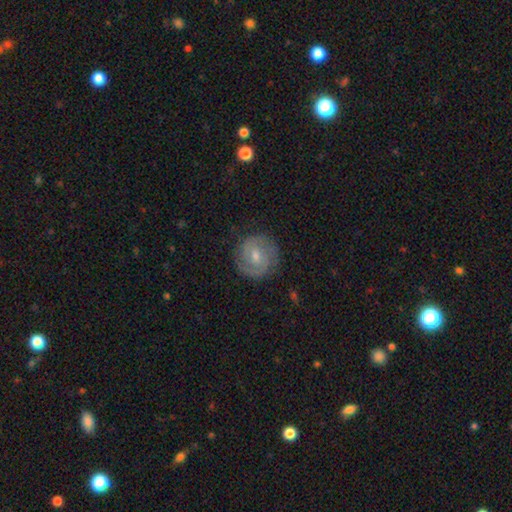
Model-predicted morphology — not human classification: Smooth or featured?
  - featured or disk: 72% *
  - smooth: 21%
  - star or artifact: 7%
Edge-on disk?
  - no: 97% *
  - yes: 3%
Bar?
  - weak: 50% *
  - no: 38%
  - strong: 12%
Spiral arms?
  - yes: 90% *
  - no: 10%
Spiral winding?
  - tight: 58% *
  - medium: 33%
  - loose: 8%
Spiral arm count?
  - 2: 73% *
  - can't tell: 15%
  - 3: 5%
  - 1: 3%
  - 4: 2%
  - more than 4: 2%
Bulge size?
  - moderate: 51% *
  - small: 45%
  - none: 2%
  - large: 2%
  - dominant: 1%
Merging?
  - none: 84% *
  - minor disturbance: 11%
  - major disturbance: 3%
  - merger: 1%